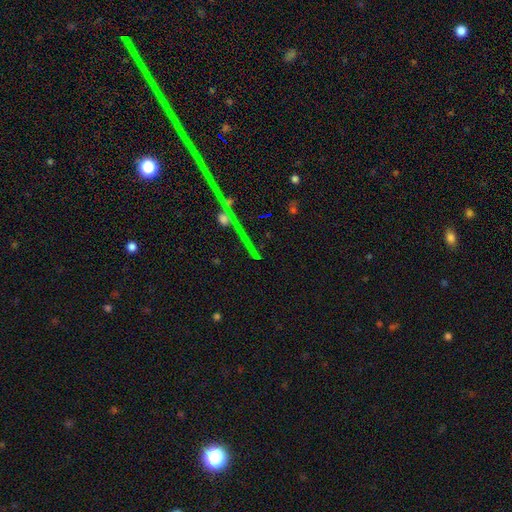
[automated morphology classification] The model was most divided on "smooth or featured": star or artifact: 57%, featured or disk: 30%, smooth: 13%.